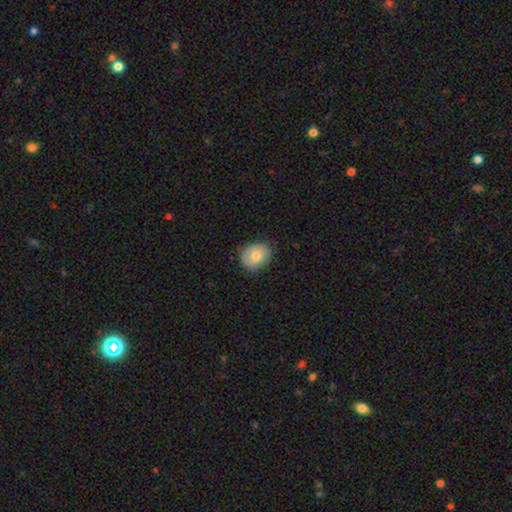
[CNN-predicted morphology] This is likely a smooth galaxy (75%). How rounded: possibly round (54%). Merging: clearly none (81%).